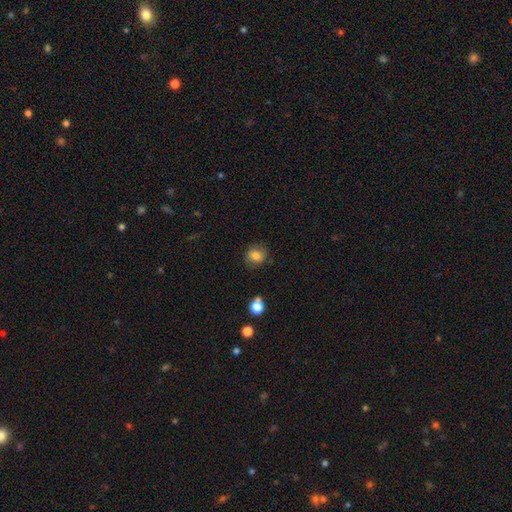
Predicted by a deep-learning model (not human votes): The model was most divided on "how rounded": round: 74%, in between: 25%, cigar-shaped: 1%. More confident: merging — none (81%); smooth or featured — smooth (78%).